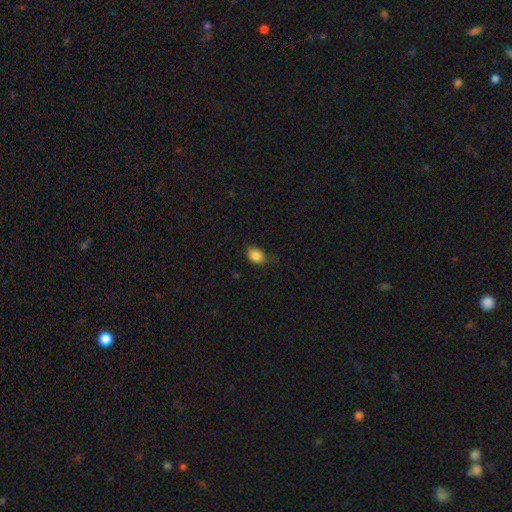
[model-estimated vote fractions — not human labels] A smooth galaxy with no disk features (86%) that is in between round and cigar-shaped (66%).

Vote fractions:
- Smooth or featured? smooth: 86% / star or artifact: 9% / featured or disk: 5%
- How rounded? in between: 66% / round: 33% / cigar-shaped: 1%
- Merging? none: 64% / minor disturbance: 28% / major disturbance: 6% / merger: 1%